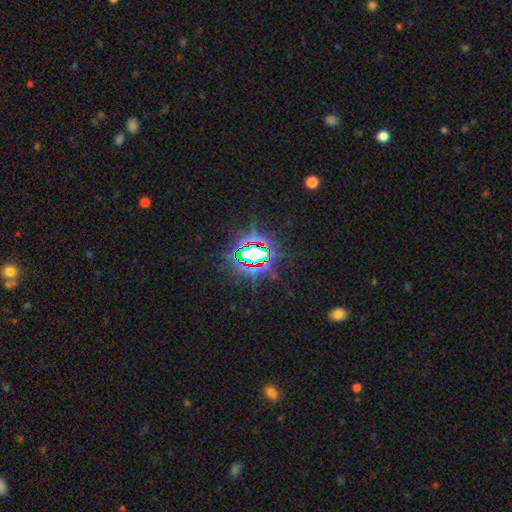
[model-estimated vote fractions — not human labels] Smooth or featured? Predicted: star or artifact (p=0.79).